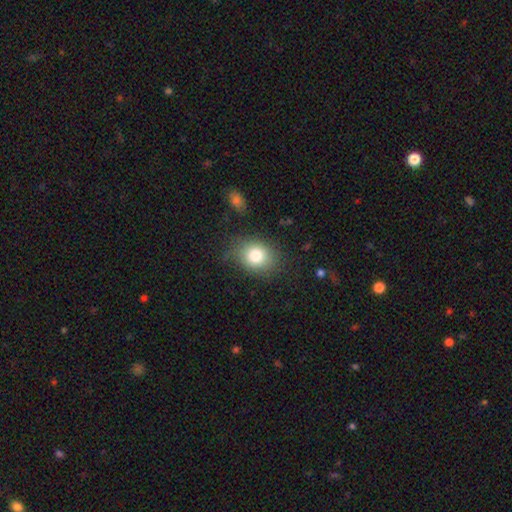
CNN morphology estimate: A smooth galaxy with no disk features (80%) that is round (51%).

Vote fractions:
- Smooth or featured? smooth: 80% / star or artifact: 10% / featured or disk: 10%
- How rounded? round: 51% / in between: 48% / cigar-shaped: 1%
- Merging? none: 77% / minor disturbance: 16% / major disturbance: 5% / merger: 2%